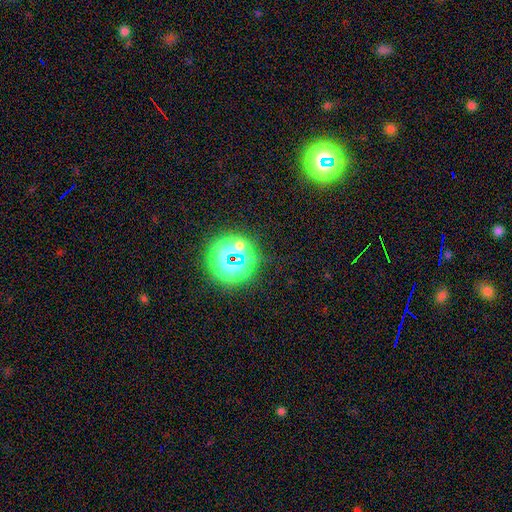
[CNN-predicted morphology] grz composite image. It shows a star or artifact, not a galaxy (80%).